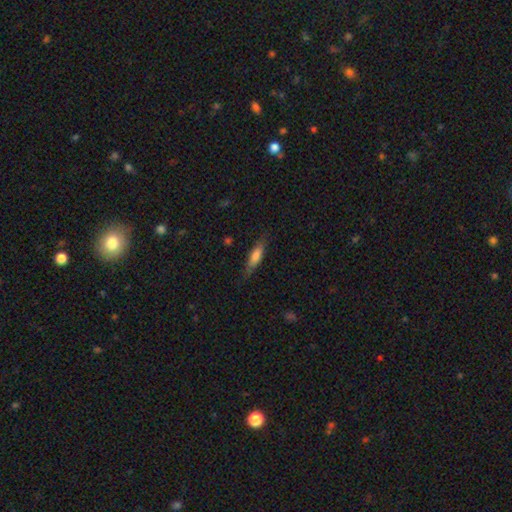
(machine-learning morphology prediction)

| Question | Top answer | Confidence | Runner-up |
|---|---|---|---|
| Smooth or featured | smooth | 70% | featured or disk (24%) |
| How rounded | cigar-shaped | 67% | in between (31%) |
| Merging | none | 78% | minor disturbance (16%) |